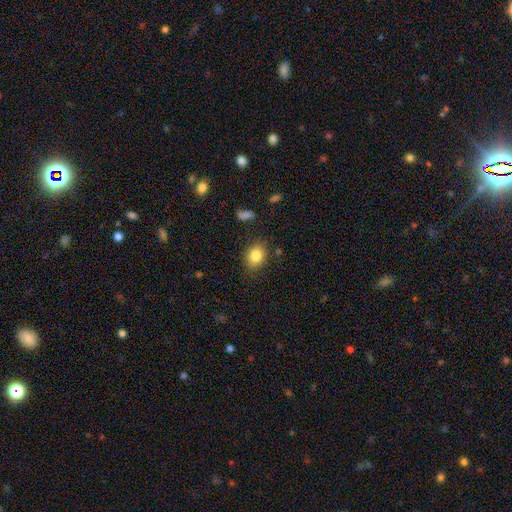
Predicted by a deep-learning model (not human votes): smooth_or_featured: smooth (p=0.83) [alt: star or artifact p=0.09]
how_rounded: in between (p=0.57) [alt: round p=0.42]
merging: none (p=0.83) [alt: minor disturbance p=0.12]